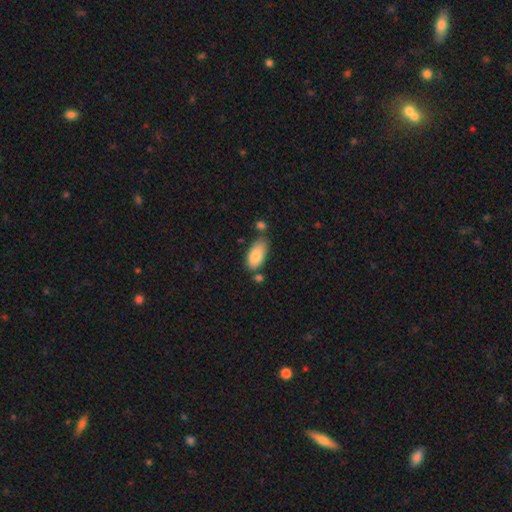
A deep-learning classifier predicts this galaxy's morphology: Smooth or featured?
  - smooth: 82% *
  - featured or disk: 11%
  - star or artifact: 6%
How rounded?
  - in between: 92% *
  - cigar-shaped: 5%
  - round: 3%
Merging?
  - none: 64% *
  - minor disturbance: 21%
  - merger: 11%
  - major disturbance: 4%